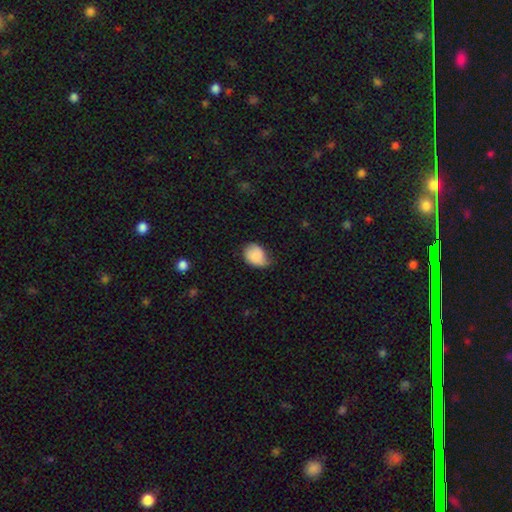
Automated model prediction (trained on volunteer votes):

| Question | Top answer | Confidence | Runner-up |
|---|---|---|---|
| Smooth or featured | smooth | 83% | featured or disk (10%) |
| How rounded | in between | 60% | round (39%) |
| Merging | minor disturbance | 44% | none (43%) |